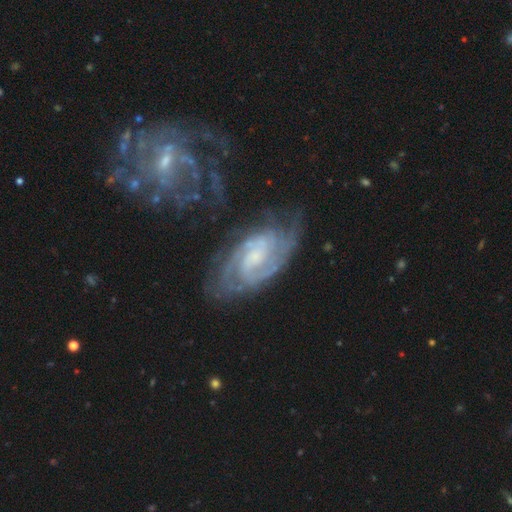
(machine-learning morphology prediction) featured or disk 88%, smooth 7%, star or artifact 6%. Down the decision tree: edge-on disk — no (96%); bar — weak (48%); spiral arms — yes (97%); spiral arm count — 2 (48%); spiral winding — tight (56%); bulge size — small (50%); merging — none (63%).